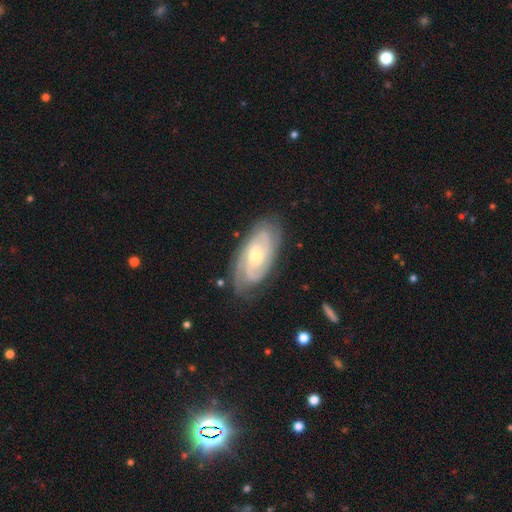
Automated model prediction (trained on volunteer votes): This is clearly a featured or disk galaxy (85%). It is clearly not viewed edge-on (94%). Bar: likely no (62%). Spiral arm pattern: clearly yes (96%). Spiral arm count: marginally 2 (36%). Spiral winding: likely tight (67%). Central bulge: possibly moderate (51%). Merging: likely none (78%).